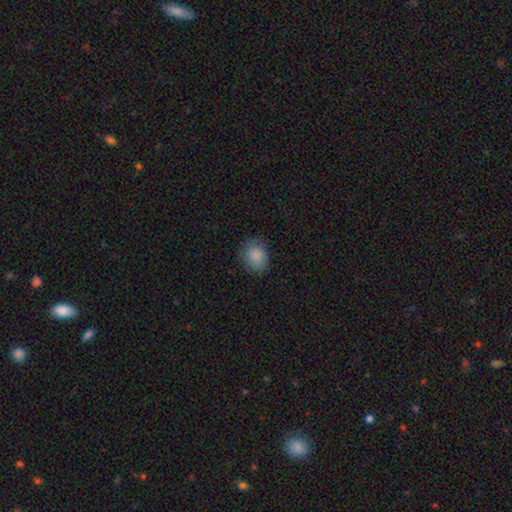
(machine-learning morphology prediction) A smooth galaxy with no disk features (86%) that is round (68%). Merging: none (76%).